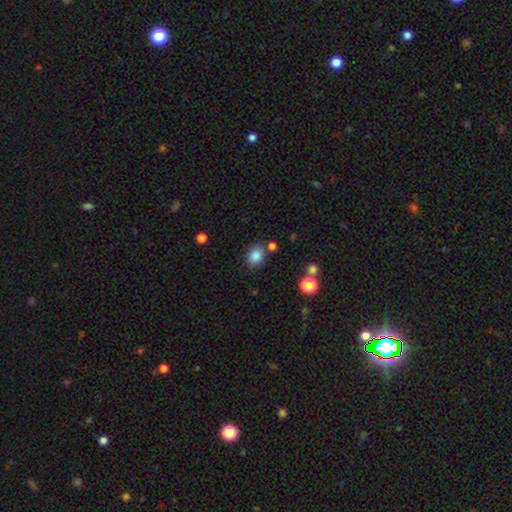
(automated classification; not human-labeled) Smooth or featured? Predicted: smooth (p=0.85). How rounded? Predicted: in between (p=0.56). Merging? Predicted: none (p=0.76).